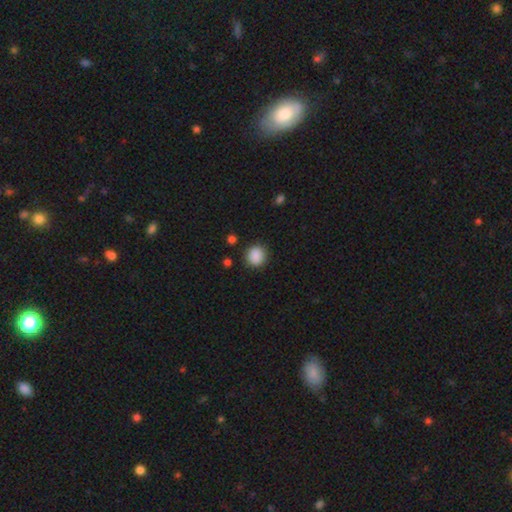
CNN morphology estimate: smooth_or_featured: smooth (p=0.88) [alt: star or artifact p=0.09]
how_rounded: round (p=0.84) [alt: in between p=0.15]
merging: none (p=0.86) [alt: minor disturbance p=0.09]